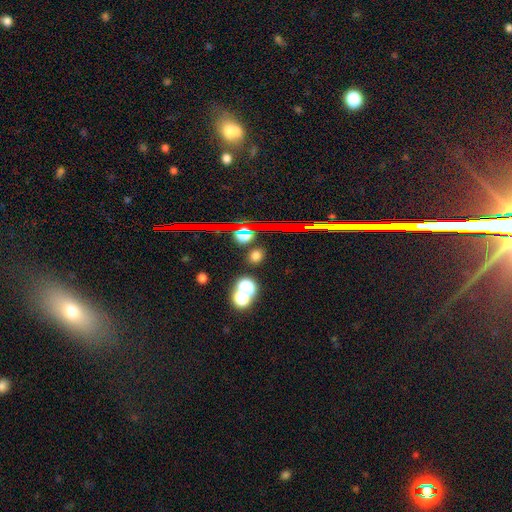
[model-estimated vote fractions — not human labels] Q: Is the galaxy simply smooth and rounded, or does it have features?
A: smooth — 54%.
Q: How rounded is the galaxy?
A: round — 67%.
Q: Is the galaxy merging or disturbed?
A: none — 68%.